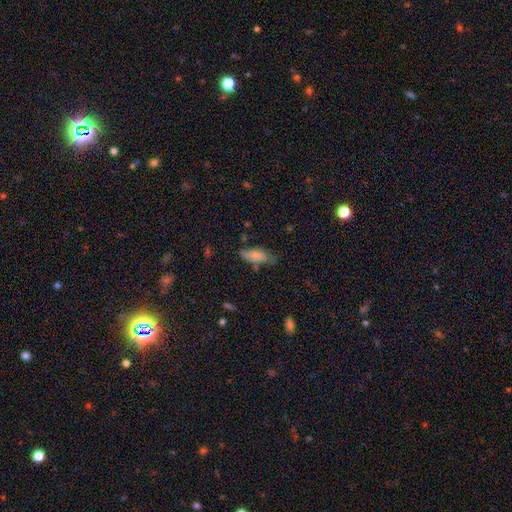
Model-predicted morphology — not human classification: The model was most divided on "merging": none: 55%, minor disturbance: 31%, major disturbance: 8%, merger: 6%. More confident: how rounded — in between (78%); smooth or featured — smooth (77%).